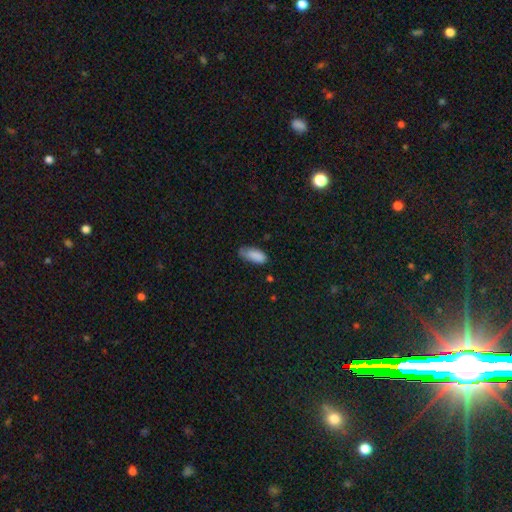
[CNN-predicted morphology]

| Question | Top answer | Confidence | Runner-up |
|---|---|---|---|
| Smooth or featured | smooth | 85% | star or artifact (8%) |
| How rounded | in between | 85% | cigar-shaped (13%) |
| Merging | none | 49% | minor disturbance (39%) |